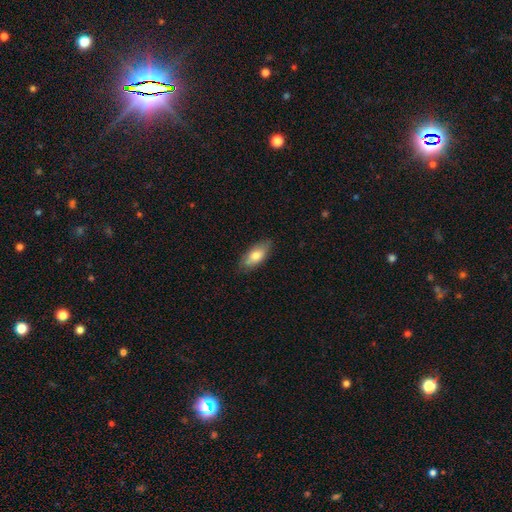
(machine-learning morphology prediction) type=smooth (76%); roundness=in between (83%); merging=none (84%).